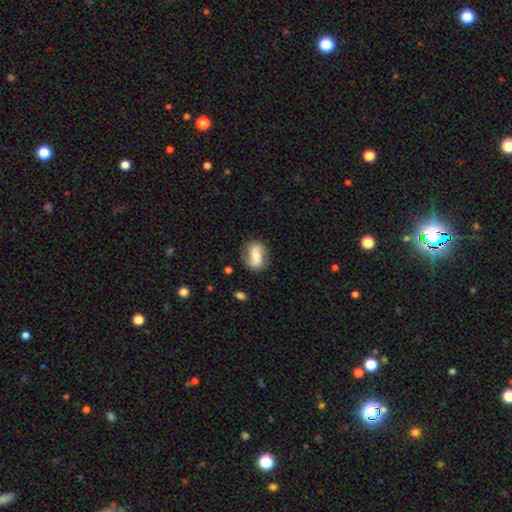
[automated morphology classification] The model was most divided on "bar": no: 40%, weak: 32%, strong: 27%. Remaining: edge-on disk — no (95%); spiral arms — yes (84%); merging — none (76%); smooth or featured — featured or disk (54%); bulge size — moderate (47%).